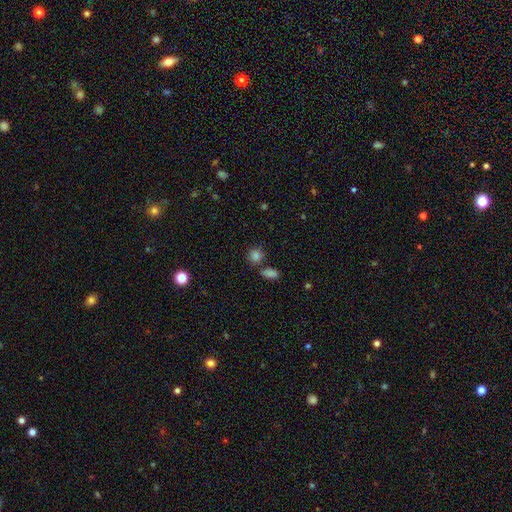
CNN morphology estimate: This is clearly a smooth galaxy (83%). How rounded: clearly round (81%). Merging: likely none (71%).